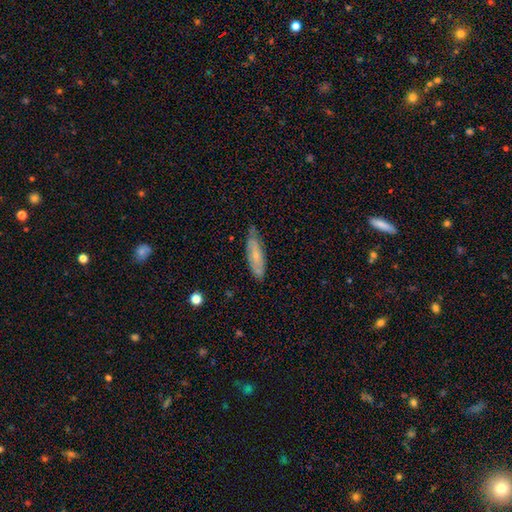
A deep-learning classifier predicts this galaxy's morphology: Smooth or featured? smooth (50%)
Merging? none (72%)